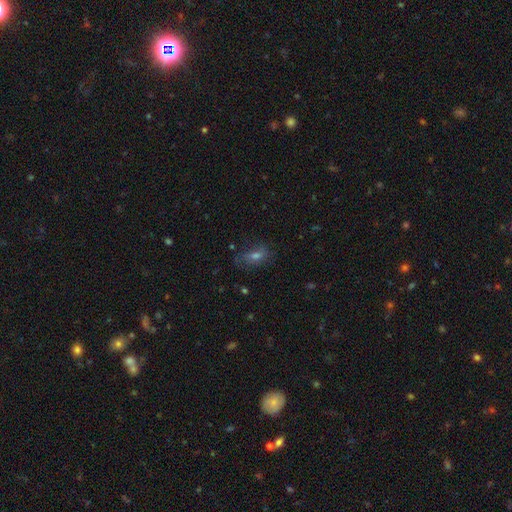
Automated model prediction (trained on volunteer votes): This appears to be a smooth galaxy with no disk features (47%). Merging: none (67%).